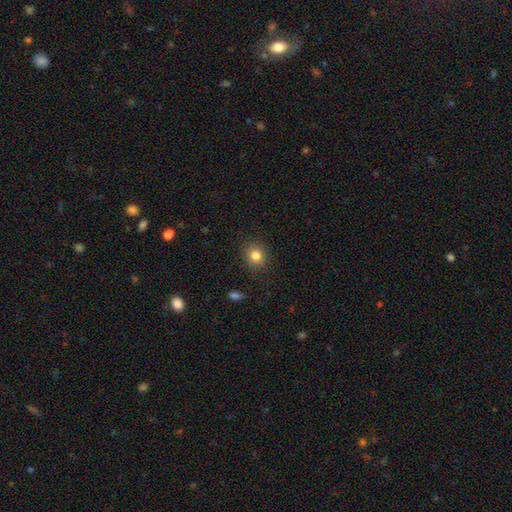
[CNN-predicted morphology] Smooth or featured: smooth — 83% (star or artifact — 11%)
How rounded: round — 79% (in between — 20%)
Merging: none — 88% (minor disturbance — 9%)